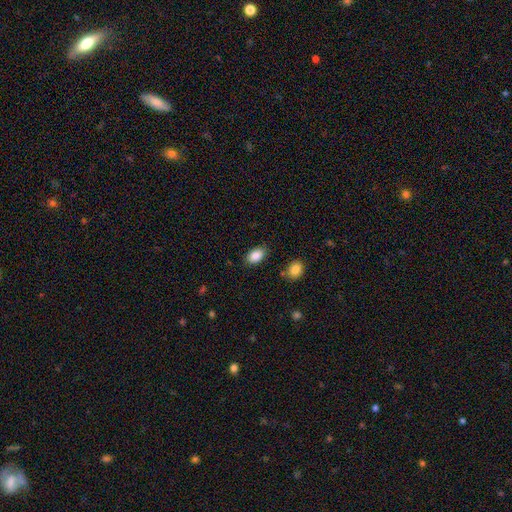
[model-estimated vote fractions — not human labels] This appears to be a smooth galaxy with no disk features (87%) that is in between round and cigar-shaped (89%). Merging: none (83%).